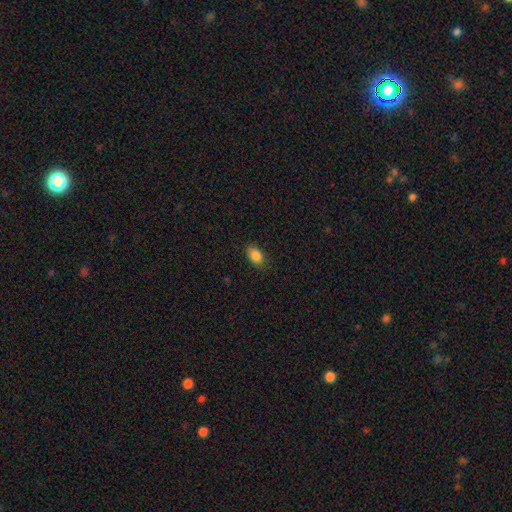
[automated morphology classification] Q: Smooth or featured?
A: smooth (87%); runner-up: star or artifact (9%)
Q: How rounded?
A: in between (86%); runner-up: round (12%)
Q: Merging?
A: none (84%); runner-up: minor disturbance (12%)